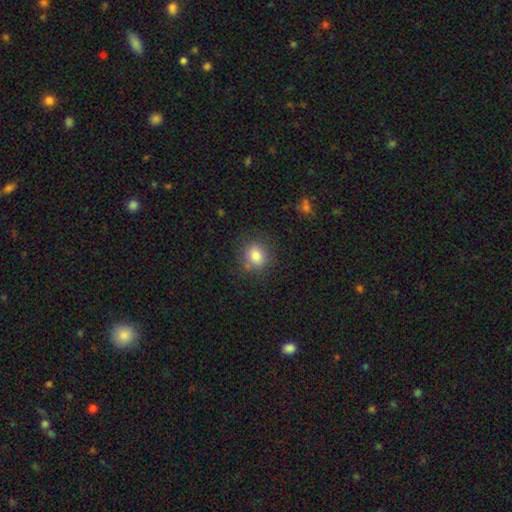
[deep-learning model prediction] Q: Smooth or featured?
A: smooth (81%); runner-up: star or artifact (11%)
Q: How rounded?
A: round (77%); runner-up: in between (22%)
Q: Merging?
A: none (79%); runner-up: minor disturbance (13%)